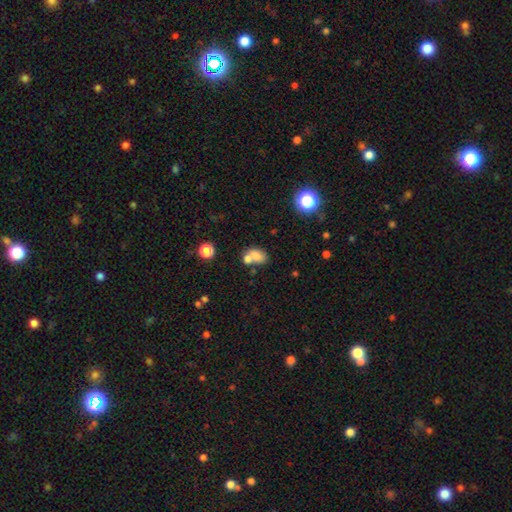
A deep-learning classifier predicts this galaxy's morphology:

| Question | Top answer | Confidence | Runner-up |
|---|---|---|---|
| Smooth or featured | smooth | 74% | featured or disk (13%) |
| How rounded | in between | 78% | round (20%) |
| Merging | merger | 42% | none (41%) |